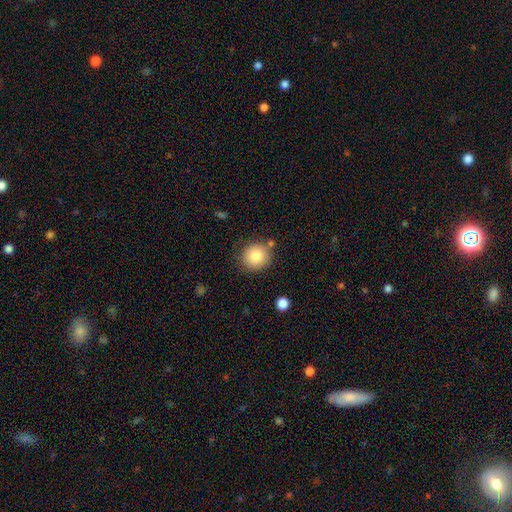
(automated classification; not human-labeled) This is clearly a smooth galaxy (82%). How rounded: clearly round (86%). Merging: clearly none (81%).